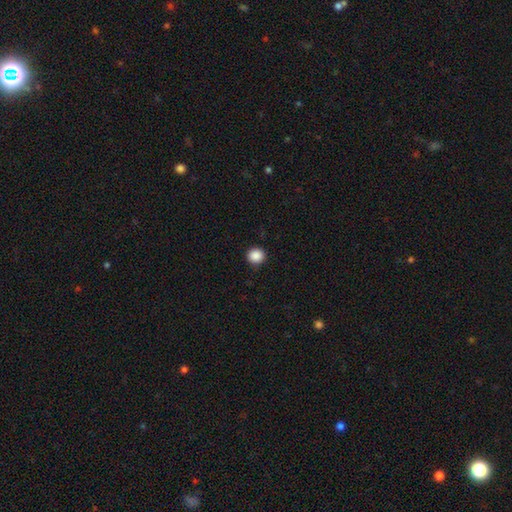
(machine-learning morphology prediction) smooth-or-featured: smooth: 88% | star or artifact: 10% | featured or disk: 2%
  how-rounded: round: 92% | in between: 7% | cigar-shaped: 1%
  merging: none: 92% | minor disturbance: 6% | major disturbance: 2% | merger: 1%